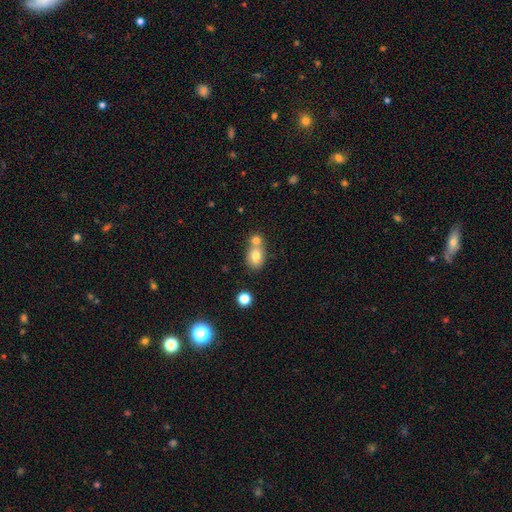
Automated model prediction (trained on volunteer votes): Q: Smooth or featured?
A: smooth (77%); runner-up: featured or disk (13%)
Q: How rounded?
A: in between (60%); runner-up: round (38%)
Q: Merging?
A: merger (51%); runner-up: none (37%)